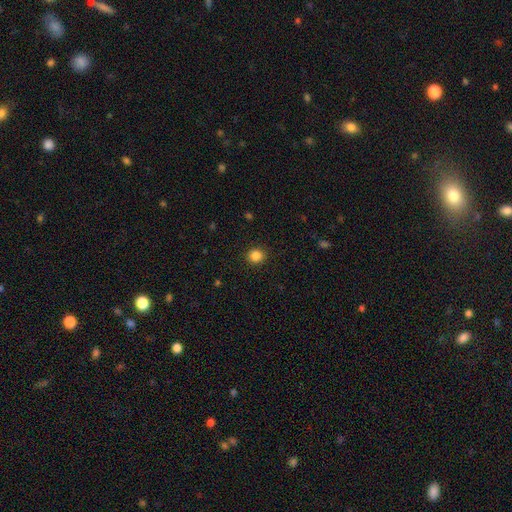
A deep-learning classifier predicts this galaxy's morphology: smooth 85%, star or artifact 11%, featured or disk 4%. Down the decision tree: how rounded — round (87%); merging — none (91%).